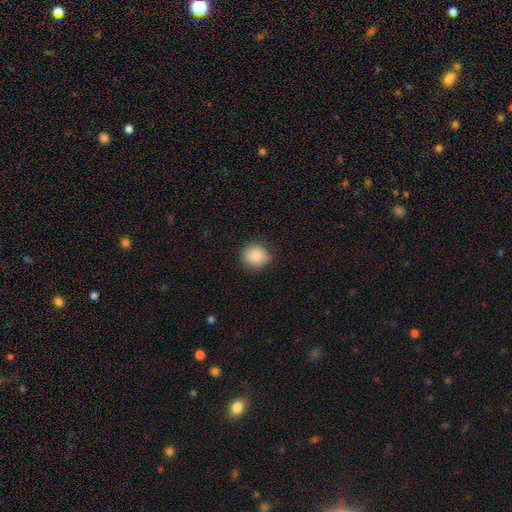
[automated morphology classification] Overall: smooth (86%). How rounded: round (85%). Merging: none (85%).